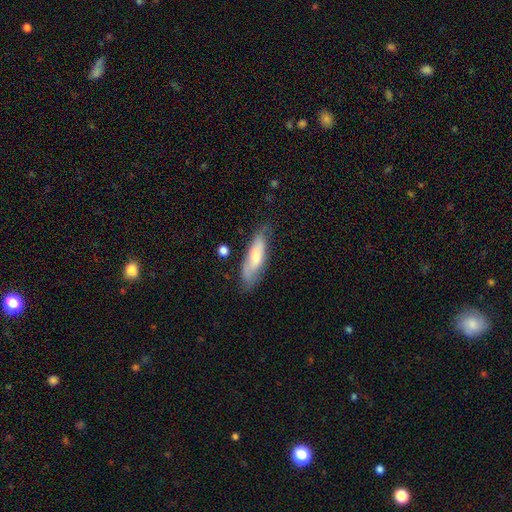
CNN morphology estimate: Smooth or featured?
  - smooth: 61% *
  - featured or disk: 32%
  - star or artifact: 7%
How rounded?
  - cigar-shaped: 56% *
  - in between: 42%
  - round: 2%
Merging?
  - none: 65% *
  - minor disturbance: 25%
  - major disturbance: 7%
  - merger: 3%